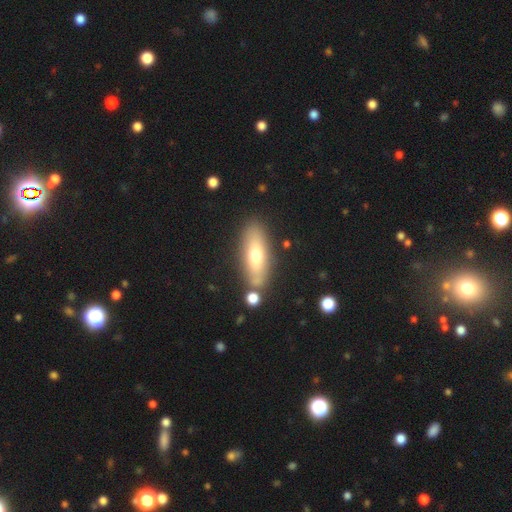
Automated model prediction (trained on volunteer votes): Morphology: type=smooth (58%); roundness=in between (58%); merging=none (79%).